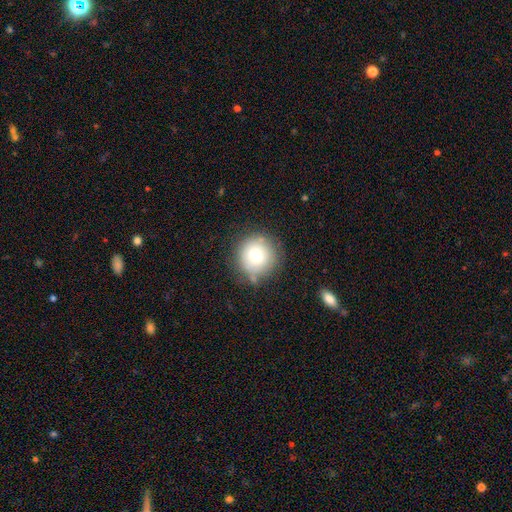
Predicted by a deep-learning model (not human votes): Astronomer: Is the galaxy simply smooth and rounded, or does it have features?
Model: smooth — 76%.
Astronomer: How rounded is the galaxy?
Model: round — 93%.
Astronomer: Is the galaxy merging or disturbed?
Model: none — 76%.